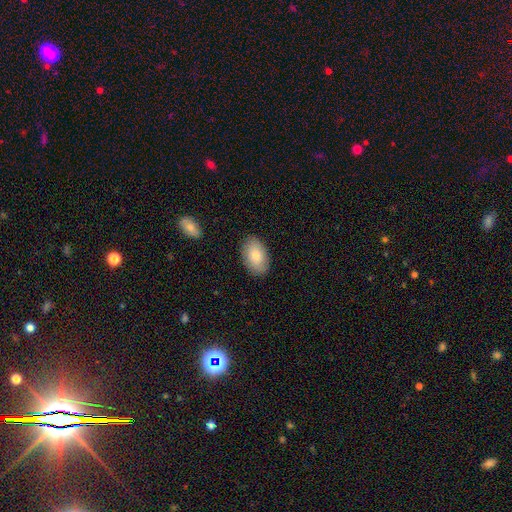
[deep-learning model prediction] smooth-or-featured: smooth: 81% | featured or disk: 12% | star or artifact: 6%
  how-rounded: in between: 93% | round: 6% | cigar-shaped: 1%
  merging: none: 87% | minor disturbance: 10% | major disturbance: 2% | merger: 1%